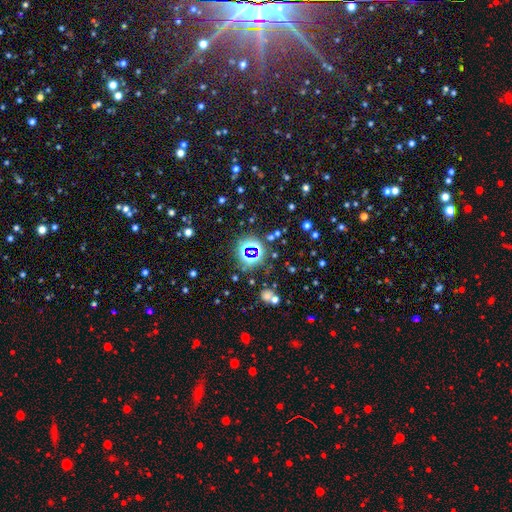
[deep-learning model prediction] Q: Smooth or featured?
A: star or artifact (74%); runner-up: smooth (17%)